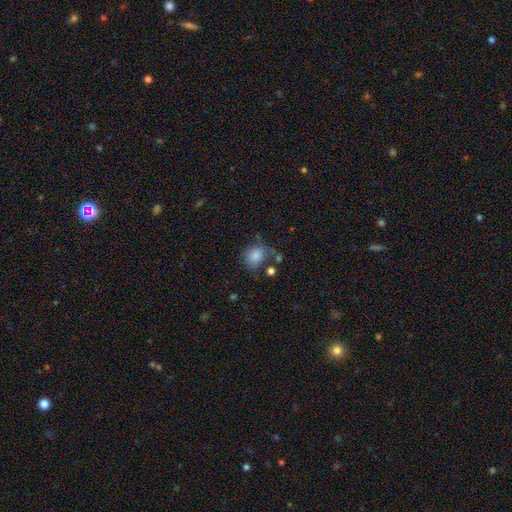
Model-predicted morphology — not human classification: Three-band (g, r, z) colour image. It shows a smooth galaxy with no disk features (83%) that is round (61%). Merging: none (55%).